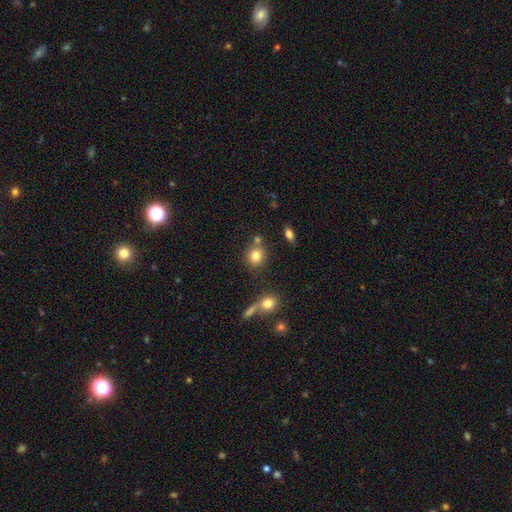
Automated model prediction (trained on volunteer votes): This is clearly a smooth galaxy (80%). How rounded: clearly round (82%). Merging: likely none (69%).